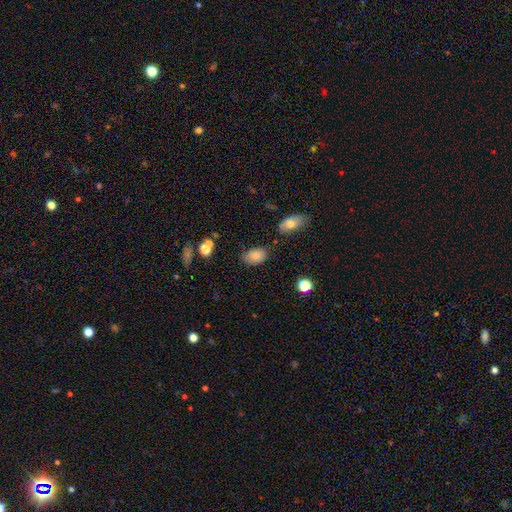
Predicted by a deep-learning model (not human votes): Overall: smooth (83%). How rounded: in between (87%). Merging: none (67%).